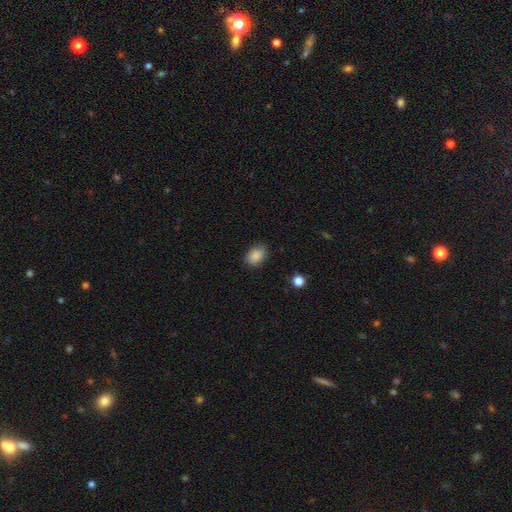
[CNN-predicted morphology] type=smooth (87%); roundness=in between (71%); merging=none (81%).